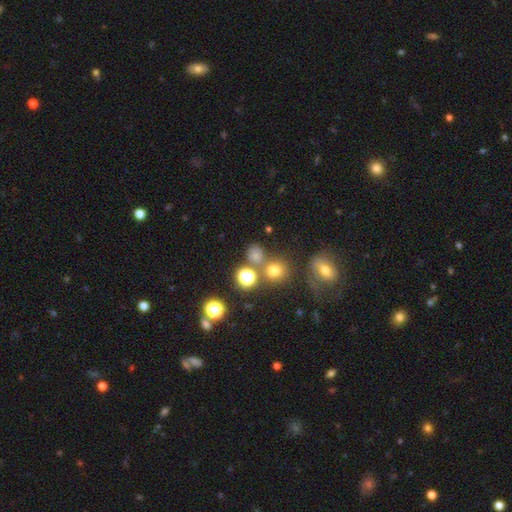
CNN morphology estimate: type=smooth (66%); roundness=round (73%); merging=none (63%).